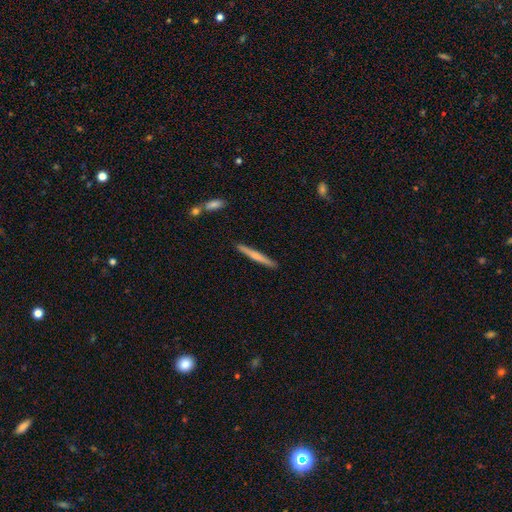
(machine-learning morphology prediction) Q: Smooth or featured?
A: smooth (54%); runner-up: featured or disk (40%)
Q: How rounded?
A: cigar-shaped (96%); runner-up: in between (2%)
Q: Merging?
A: none (91%); runner-up: minor disturbance (6%)